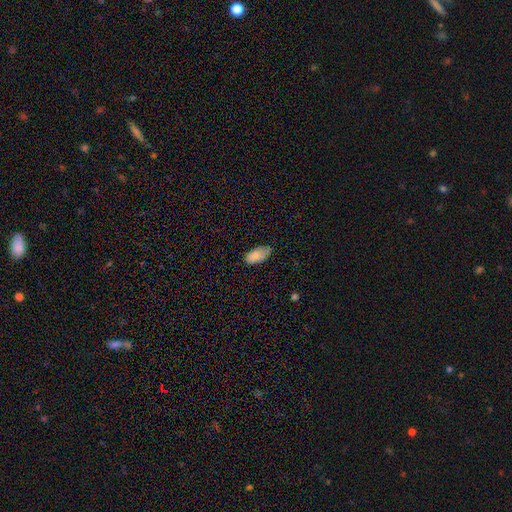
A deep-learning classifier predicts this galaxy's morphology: smooth 85%, featured or disk 8%, star or artifact 7%. Down the decision tree: how rounded — in between (93%); merging — none (64%).